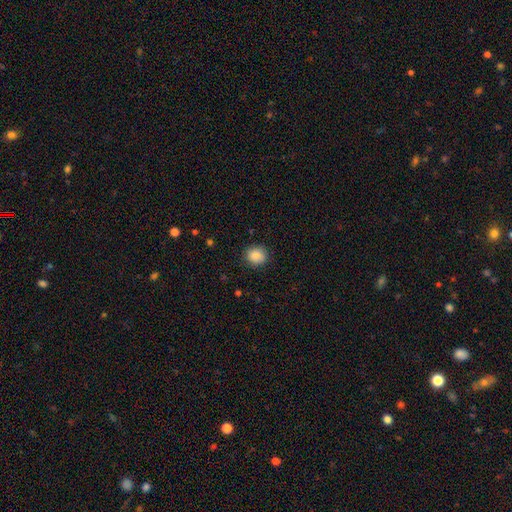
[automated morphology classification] Overall: smooth (87%). How rounded: round (75%). Merging: none (86%).